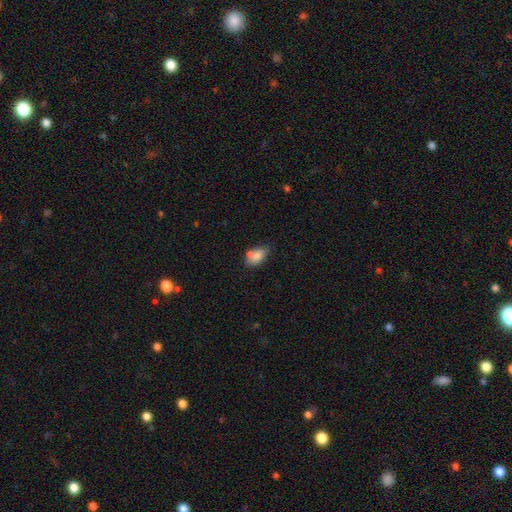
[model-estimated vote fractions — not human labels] Overall: smooth (78%). How rounded: in between (87%). Merging: none (52%; minor disturbance 23%).